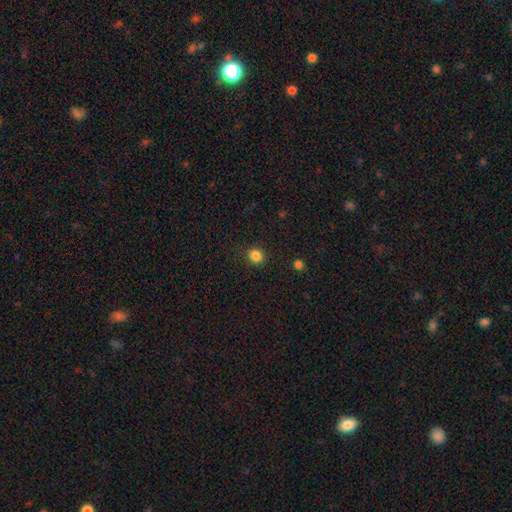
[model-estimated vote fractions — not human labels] Smooth or featured: smooth — 84% (star or artifact — 12%)
How rounded: round — 79% (in between — 20%)
Merging: none — 88% (minor disturbance — 8%)